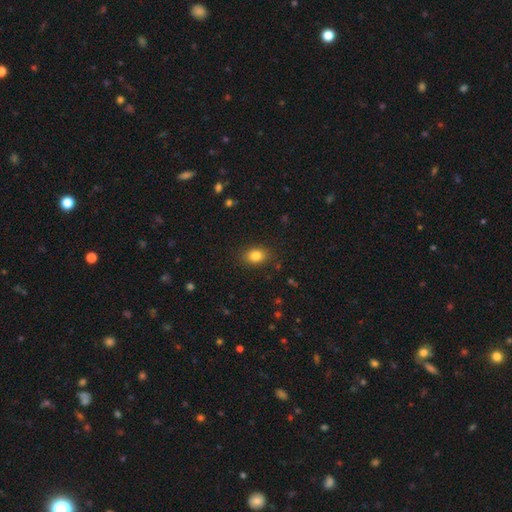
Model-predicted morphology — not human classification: A smooth galaxy with no disk features (84%) that is in between round and cigar-shaped (67%).

Vote fractions:
- Smooth or featured? smooth: 84% / star or artifact: 10% / featured or disk: 6%
- How rounded? in between: 67% / round: 32% / cigar-shaped: 1%
- Merging? none: 86% / minor disturbance: 10% / major disturbance: 3% / merger: 1%